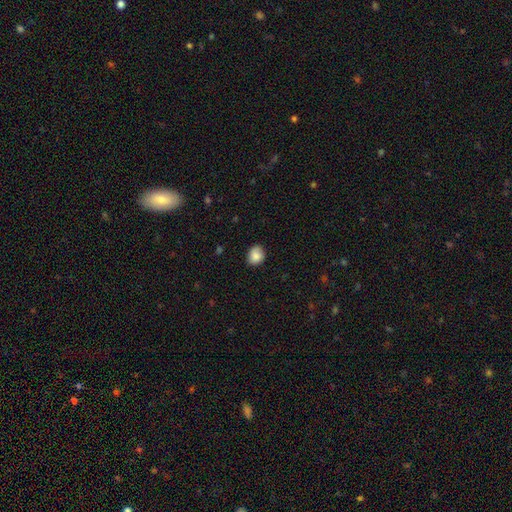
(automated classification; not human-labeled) Smooth or featured? smooth (85%)
How rounded? round (60%)
Merging? none (80%)